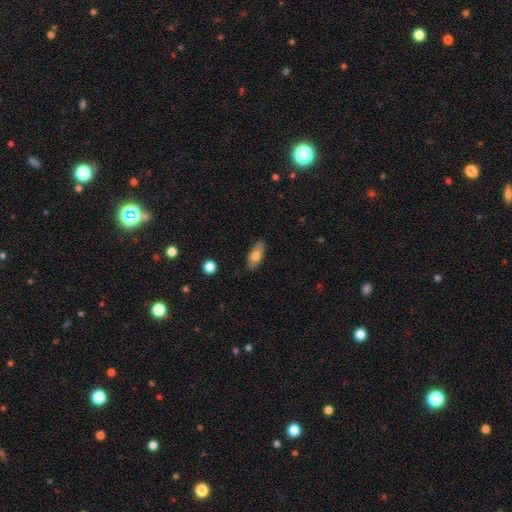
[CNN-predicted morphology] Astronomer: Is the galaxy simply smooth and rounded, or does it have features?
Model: smooth — 75%.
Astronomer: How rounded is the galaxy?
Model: in between — 79%.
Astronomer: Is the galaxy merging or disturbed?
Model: none — 85%.